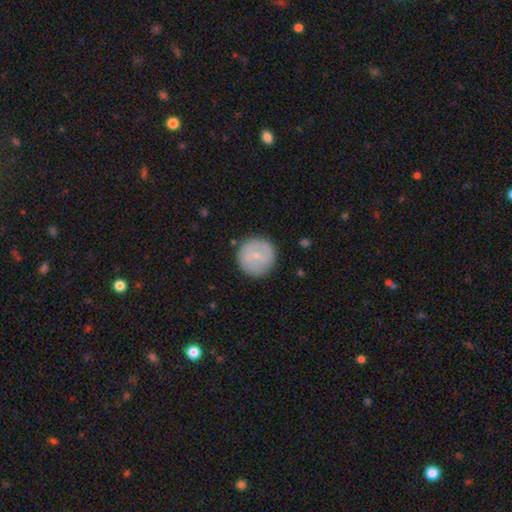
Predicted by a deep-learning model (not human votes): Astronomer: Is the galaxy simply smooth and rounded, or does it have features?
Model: smooth — 64%.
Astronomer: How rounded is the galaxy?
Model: round — 95%.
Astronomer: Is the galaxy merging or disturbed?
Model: none — 86%.